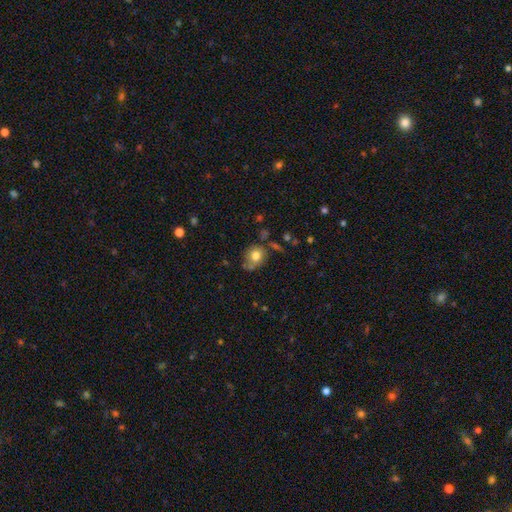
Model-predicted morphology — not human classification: Smooth or featured? Predicted: smooth (p=0.77). How rounded? Predicted: round (p=0.73). Merging? Predicted: none (p=0.63).